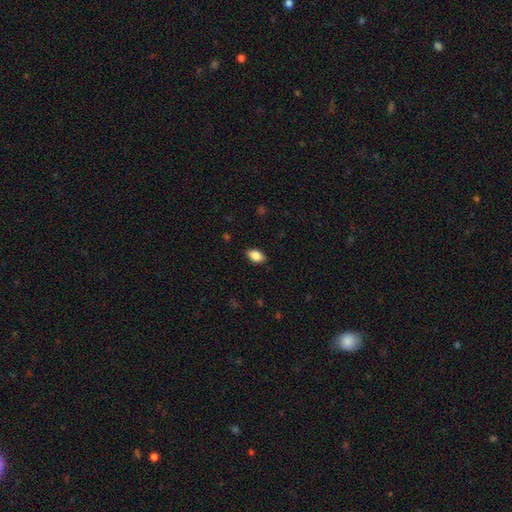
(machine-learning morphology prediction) A smooth galaxy with no disk features (86%) that is in between round and cigar-shaped (90%).

Vote fractions:
- Smooth or featured? smooth: 86% / star or artifact: 8% / featured or disk: 6%
- How rounded? in between: 90% / round: 8% / cigar-shaped: 2%
- Merging? none: 87% / minor disturbance: 10% / major disturbance: 2% / merger: 1%